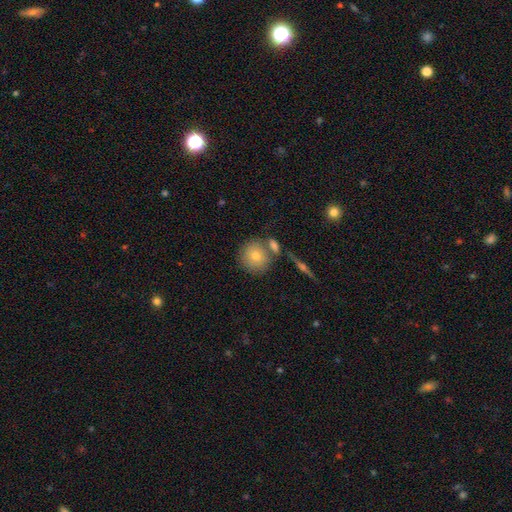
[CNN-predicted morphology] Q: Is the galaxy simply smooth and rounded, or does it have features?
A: smooth — 76%.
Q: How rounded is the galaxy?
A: round — 88%.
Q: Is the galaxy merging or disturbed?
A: none — 66%.